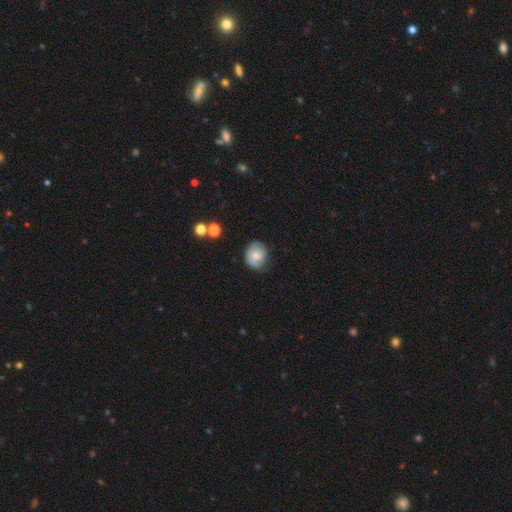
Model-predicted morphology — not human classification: This appears to be a smooth galaxy with no disk features (61%) that is round (63%). Merging: none (66%).